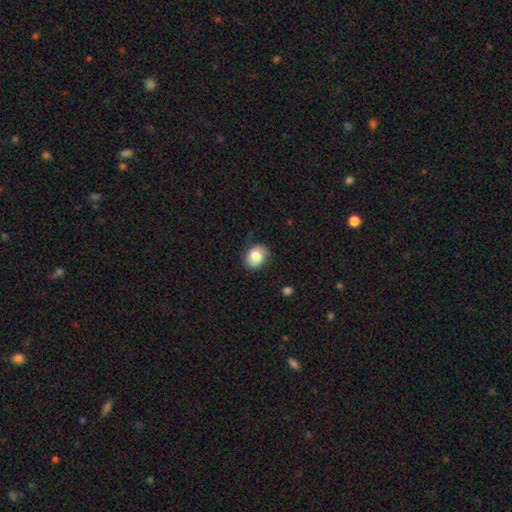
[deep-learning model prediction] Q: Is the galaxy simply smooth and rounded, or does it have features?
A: smooth — 78%.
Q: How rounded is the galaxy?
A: in between — 57%.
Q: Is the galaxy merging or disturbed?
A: none — 72%.